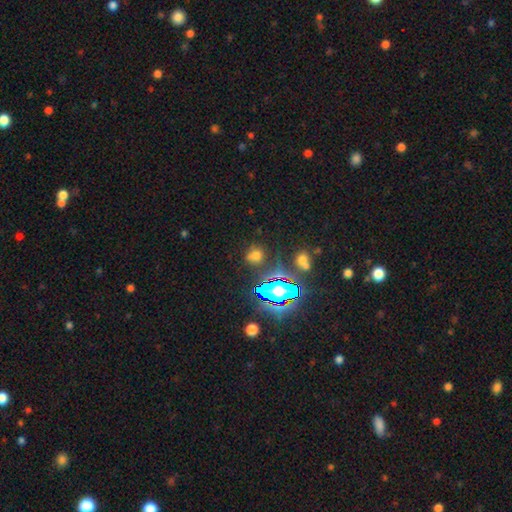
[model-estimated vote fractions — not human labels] The model was most divided on "smooth or featured": smooth: 52%, star or artifact: 38%, featured or disk: 10%. More confident: merging — none (72%); how rounded — round (68%).